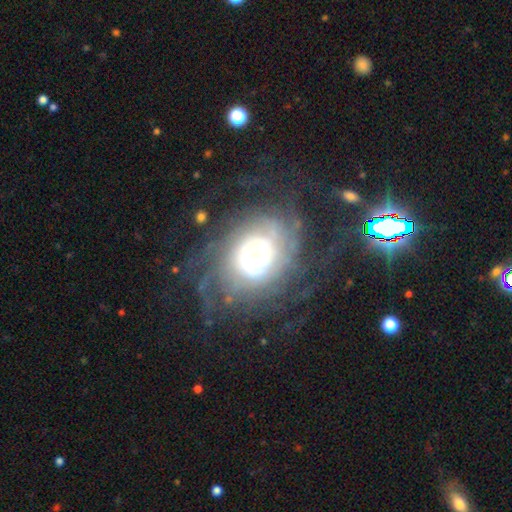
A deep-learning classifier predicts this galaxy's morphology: smooth-or-featured: featured or disk: 80% | smooth: 12% | star or artifact: 8%
  disk-edge-on: no: 97% | yes: 3%
    bar: no: 77% | weak: 17% | strong: 6%
    has-spiral-arms: yes: 89% | no: 11%
      spiral-winding: tight: 61% | medium: 25% | loose: 14%
      spiral-arm-count: can't tell: 43% | 2: 16% | more than 4: 13% | 4: 11% | 3: 11% | 1: 8%
    bulge-size: small: 44% | moderate: 30% | large: 18% | dominant: 5% | none: 2%
  merging: none: 61% | major disturbance: 21% | minor disturbance: 16% | merger: 3%